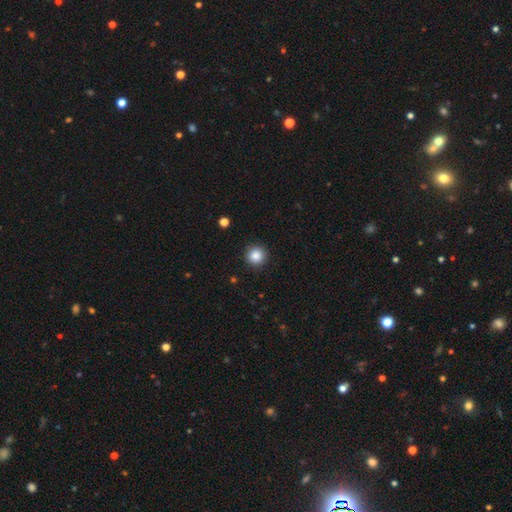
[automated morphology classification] Smooth or featured: smooth — 86% (star or artifact — 10%)
How rounded: round — 95% (in between — 4%)
Merging: none — 91% (minor disturbance — 6%)